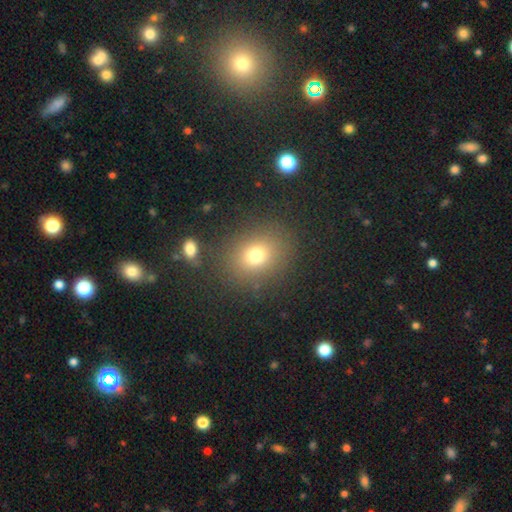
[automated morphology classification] smooth-or-featured: smooth: 74% | star or artifact: 16% | featured or disk: 10%
  how-rounded: round: 60% | in between: 39% | cigar-shaped: 1%
  merging: none: 83% | minor disturbance: 9% | major disturbance: 5% | merger: 3%